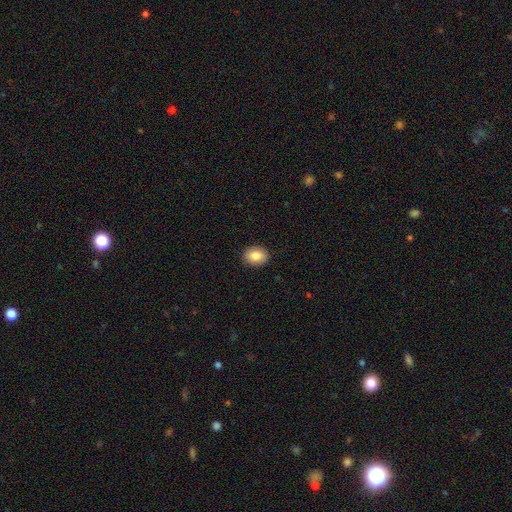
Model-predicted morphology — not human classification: A smooth galaxy with no disk features (84%) that is in between round and cigar-shaped (56%). Merging: none (90%).